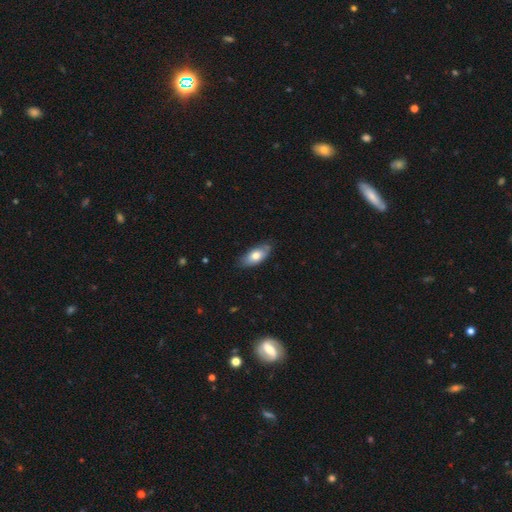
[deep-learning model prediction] Smooth or featured: smooth — 68% (featured or disk — 26%)
How rounded: in between — 89% (cigar-shaped — 8%)
Merging: none — 75% (minor disturbance — 20%)